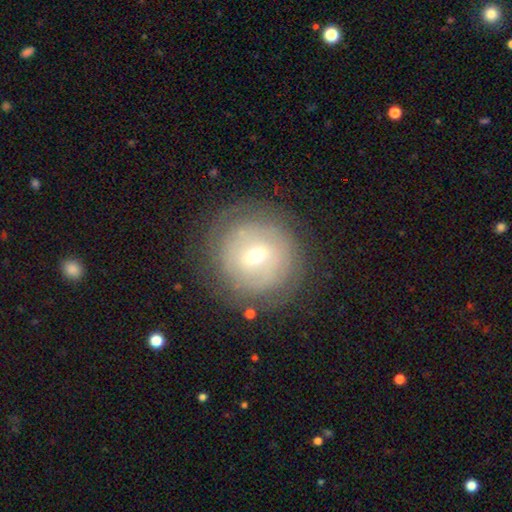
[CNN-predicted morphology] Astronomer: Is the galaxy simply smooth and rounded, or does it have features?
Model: featured or disk — 60%.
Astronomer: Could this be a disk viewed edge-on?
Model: no — 95%.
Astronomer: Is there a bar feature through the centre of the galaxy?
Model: weak — 53% (runner-up: no, 30%).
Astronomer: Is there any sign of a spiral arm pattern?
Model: yes — 63%.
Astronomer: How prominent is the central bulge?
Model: small — 53% (runner-up: moderate, 43%).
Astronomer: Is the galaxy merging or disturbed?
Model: none — 81%.